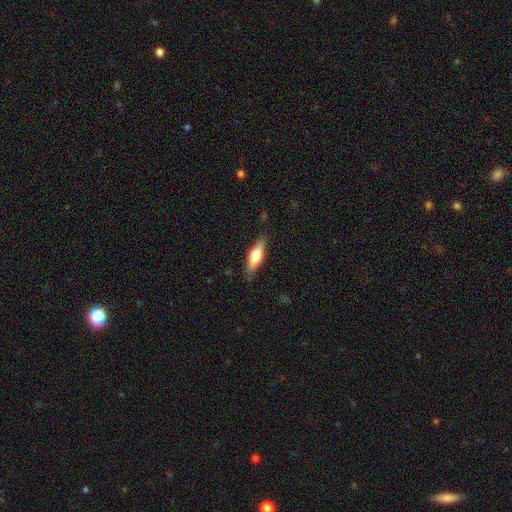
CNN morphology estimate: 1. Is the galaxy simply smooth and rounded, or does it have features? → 52% smooth, 42% featured or disk, 6% star or artifact.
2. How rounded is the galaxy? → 57% cigar-shaped, 41% in between, 2% round.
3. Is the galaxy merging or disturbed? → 83% none, 13% minor disturbance, 3% major disturbance, 1% merger.